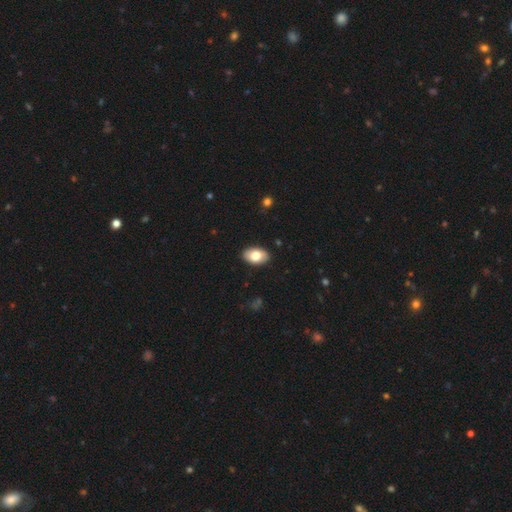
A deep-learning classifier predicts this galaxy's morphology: smooth-or-featured: smooth: 76% | featured or disk: 18% | star or artifact: 6%
  how-rounded: in between: 93% | round: 6% | cigar-shaped: 1%
  merging: none: 89% | minor disturbance: 8% | major disturbance: 2% | merger: 1%